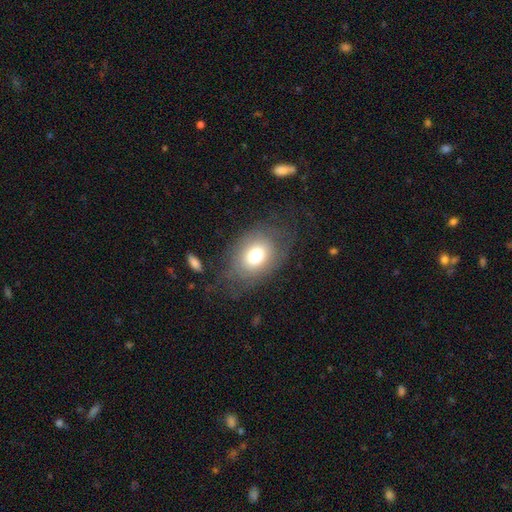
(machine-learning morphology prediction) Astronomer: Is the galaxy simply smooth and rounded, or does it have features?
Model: smooth — 66%.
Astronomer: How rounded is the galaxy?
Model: in between — 72%.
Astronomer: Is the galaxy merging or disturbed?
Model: none — 65%.